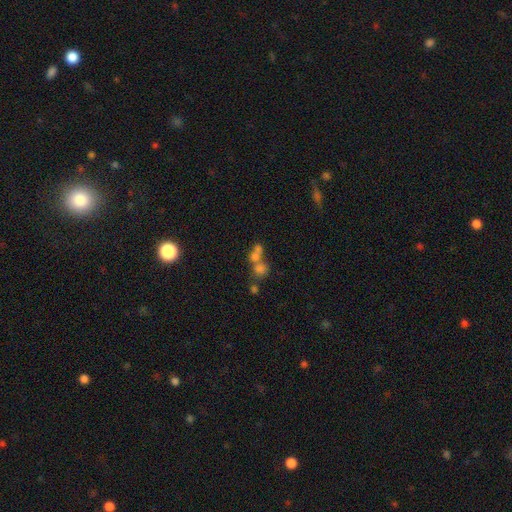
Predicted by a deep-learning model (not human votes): Q: Smooth or featured?
A: smooth (61%); runner-up: featured or disk (21%)
Q: How rounded?
A: round (55%); runner-up: in between (40%)
Q: Merging?
A: merger (60%); runner-up: none (27%)